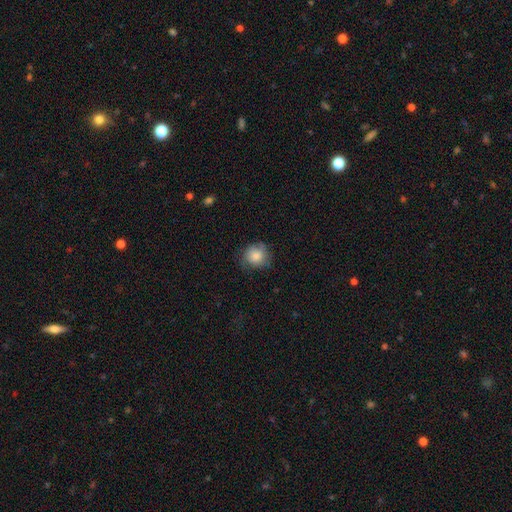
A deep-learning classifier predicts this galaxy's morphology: Q: Smooth or featured?
A: smooth (84%); runner-up: featured or disk (9%)
Q: How rounded?
A: round (85%); runner-up: in between (14%)
Q: Merging?
A: none (67%); runner-up: minor disturbance (25%)